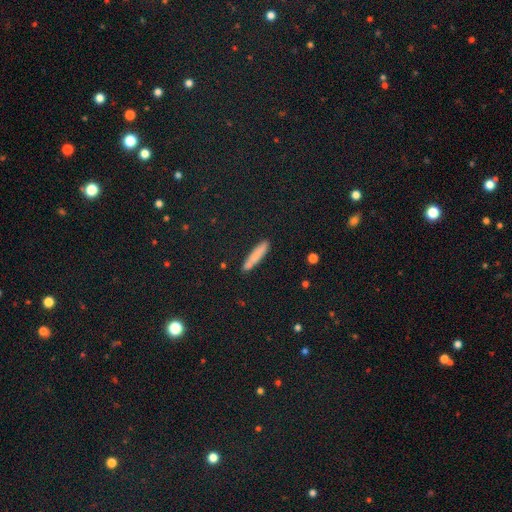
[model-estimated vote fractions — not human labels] This appears to be a smooth galaxy with no disk features (76%) that is cigar-shaped (89%). Merging: none (83%).